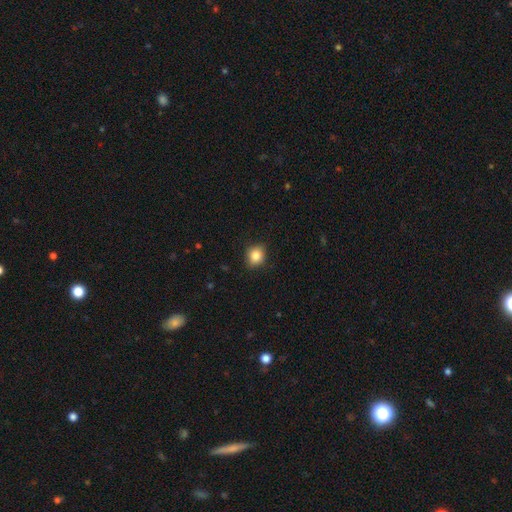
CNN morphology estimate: Overall: smooth (85%). How rounded: round (68%; in between 31%). Merging: none (85%).